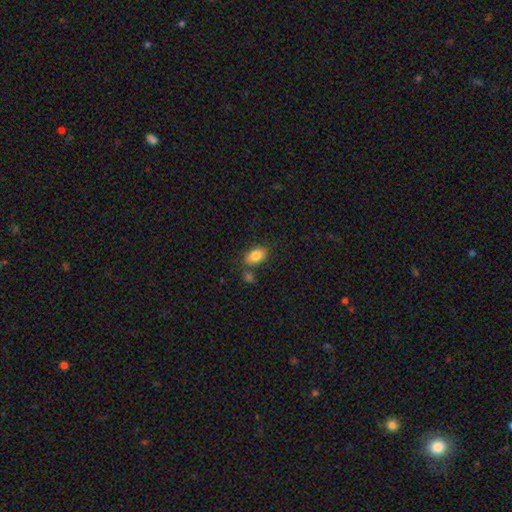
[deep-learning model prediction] Smooth or featured: smooth — 85% (star or artifact — 8%)
How rounded: in between — 89% (round — 10%)
Merging: none — 71% (minor disturbance — 13%)